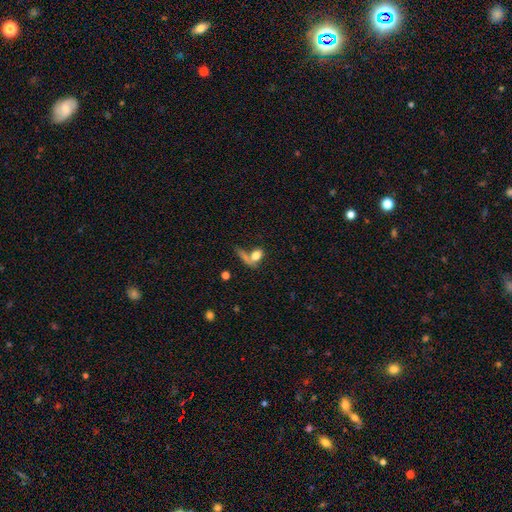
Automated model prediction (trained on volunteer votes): Overall: smooth (73%). How rounded: in between (64%; round 28%). Merging: merger (35%, tied with none).